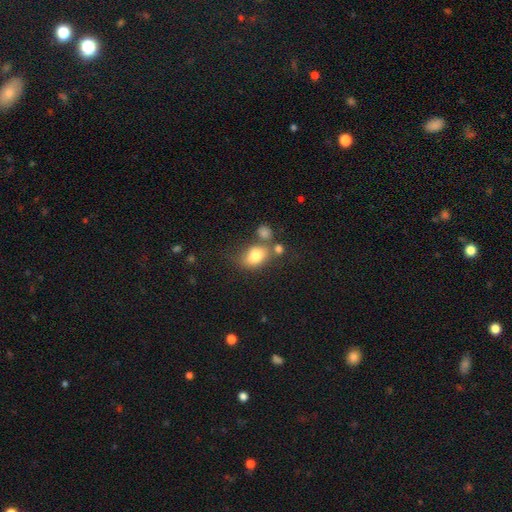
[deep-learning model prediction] A smooth galaxy with no disk features (78%) that is in between round and cigar-shaped (72%). Merging: none (51%).